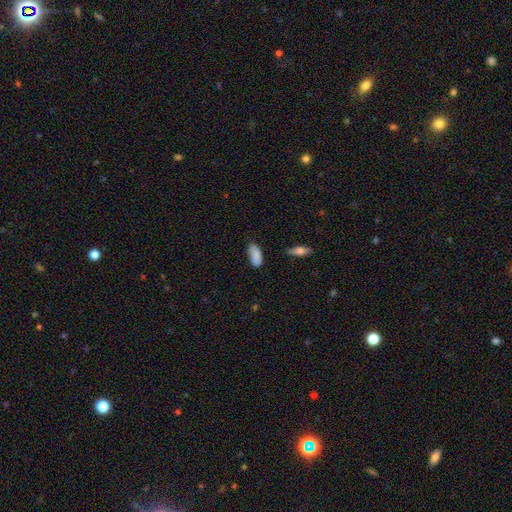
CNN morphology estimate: A smooth galaxy with no disk features (83%) that is in between round and cigar-shaped (90%). Merging: none (68%).